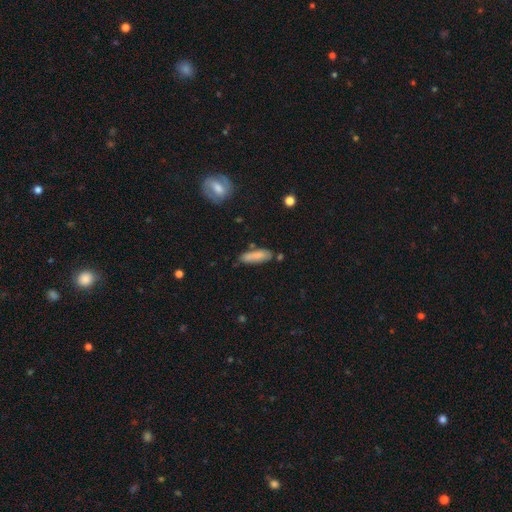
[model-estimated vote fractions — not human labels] A smooth galaxy with no disk features (79%) that is cigar-shaped (50%). Merging: none (67%).